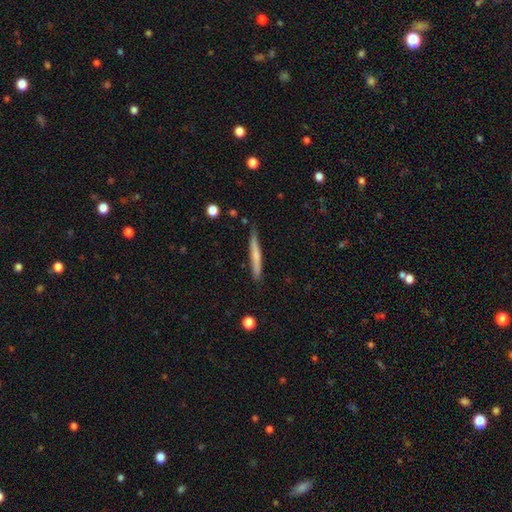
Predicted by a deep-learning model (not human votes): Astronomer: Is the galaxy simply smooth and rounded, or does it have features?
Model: smooth — 61%.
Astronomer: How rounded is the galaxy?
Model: cigar-shaped — 96%.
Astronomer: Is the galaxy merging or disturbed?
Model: none — 81%.